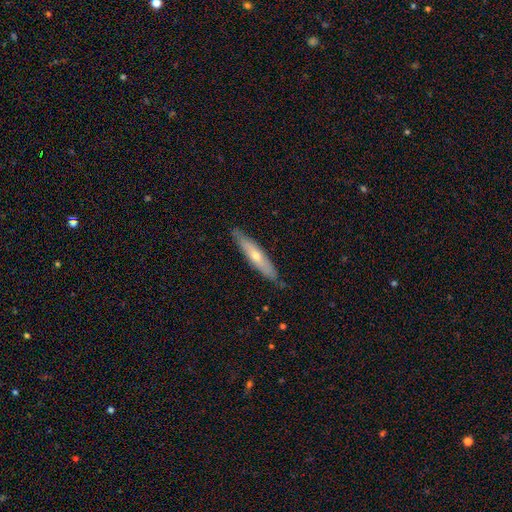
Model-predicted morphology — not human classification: Smooth or featured?
  - featured or disk: 49% *
  - smooth: 46%
  - star or artifact: 6%
Merging?
  - none: 85% *
  - minor disturbance: 12%
  - major disturbance: 2%
  - merger: 1%